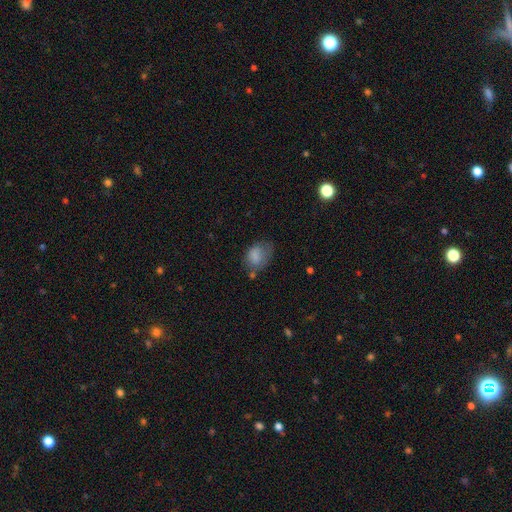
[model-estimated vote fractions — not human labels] smooth 79%, featured or disk 12%, star or artifact 9%. Down the decision tree: how rounded — in between (71%); merging — none (42%).